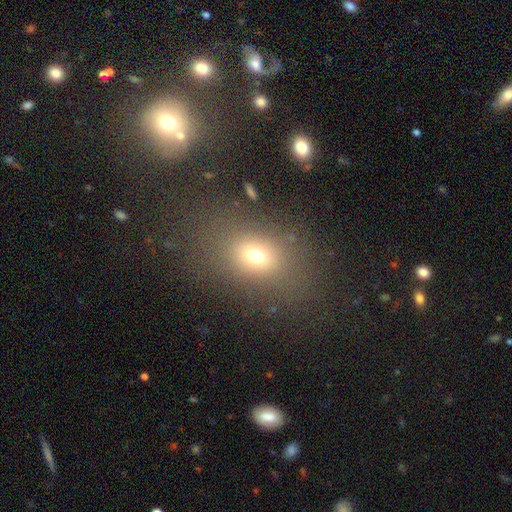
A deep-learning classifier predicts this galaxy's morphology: This appears to be a smooth galaxy with no disk features (68%) that is in between round and cigar-shaped (66%). Merging: none (76%).